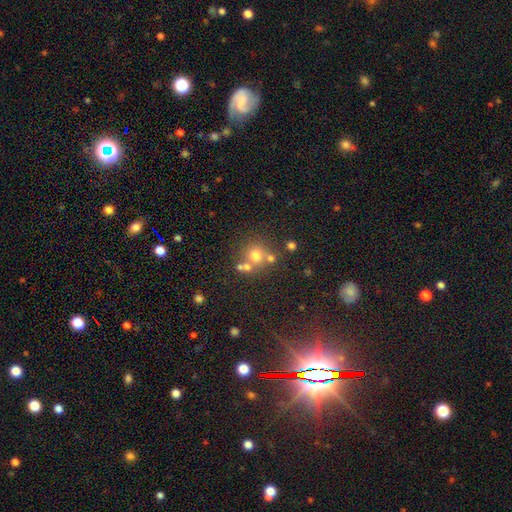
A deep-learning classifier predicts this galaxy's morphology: The model was most divided on "merging": none: 56%, merger: 30%, minor disturbance: 9%, major disturbance: 4%. More confident: how rounded — round (88%); smooth or featured — smooth (66%).